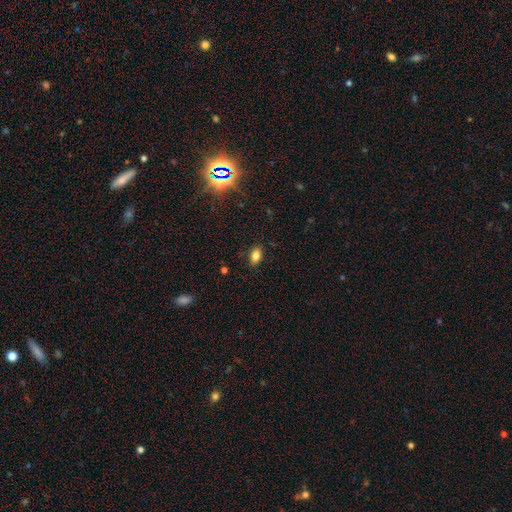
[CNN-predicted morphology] This is clearly a smooth galaxy (80%). How rounded: clearly in between (87%). Merging: clearly none (86%).